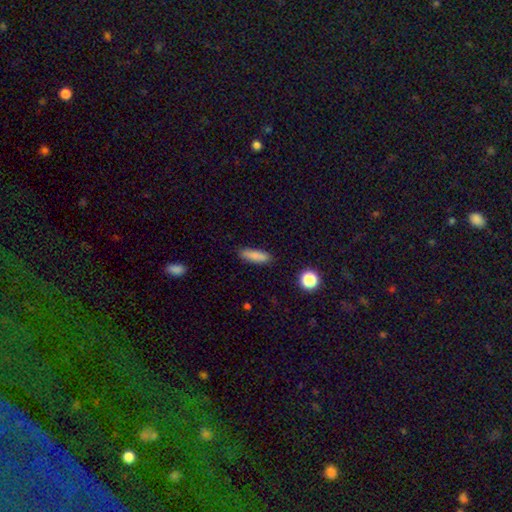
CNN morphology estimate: smooth-or-featured: smooth: 85% | star or artifact: 9% | featured or disk: 7%
  how-rounded: cigar-shaped: 51% | in between: 46% | round: 3%
  merging: none: 86% | minor disturbance: 10% | major disturbance: 2% | merger: 2%